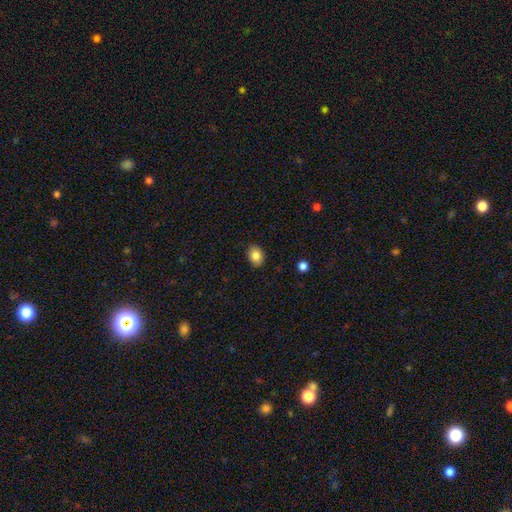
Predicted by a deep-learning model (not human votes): smooth-or-featured: smooth: 84% | star or artifact: 9% | featured or disk: 7%
  how-rounded: in between: 68% | round: 31% | cigar-shaped: 1%
  merging: none: 88% | minor disturbance: 9% | major disturbance: 2% | merger: 1%